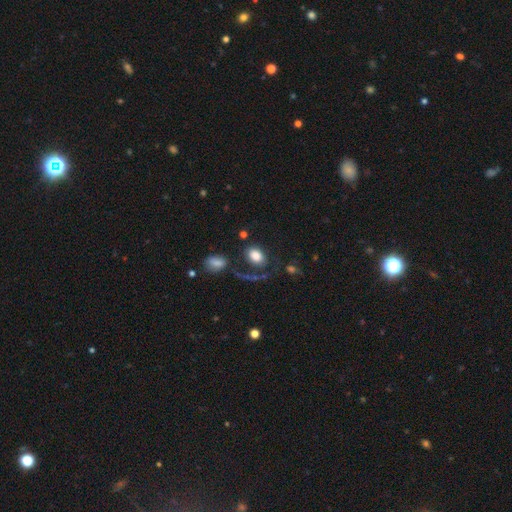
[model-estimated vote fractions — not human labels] This is clearly a smooth galaxy (82%). How rounded: likely in between (76%). Merging: likely none (64%).